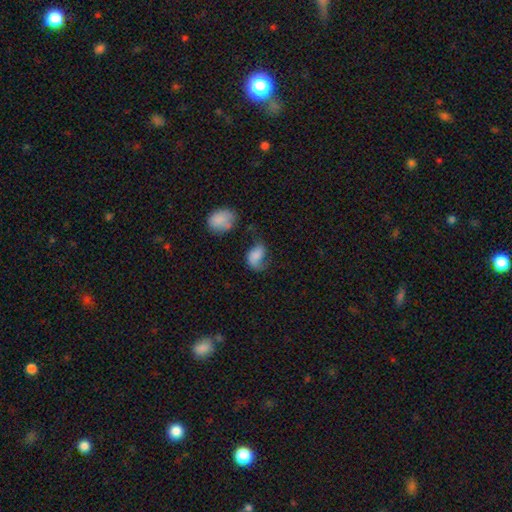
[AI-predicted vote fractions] smooth_or_featured: smooth (p=0.55) [alt: featured or disk p=0.35]
how_rounded: in between (p=0.77) [alt: round p=0.21]
merging: none (p=0.33) [alt: major disturbance p=0.32]